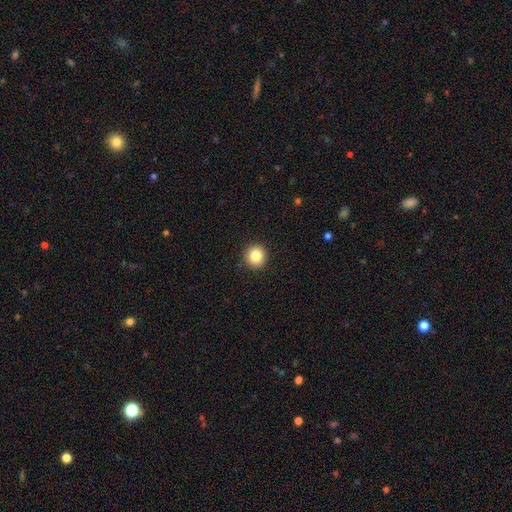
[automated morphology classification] Overall: smooth (84%). How rounded: round (92%). Merging: none (92%).